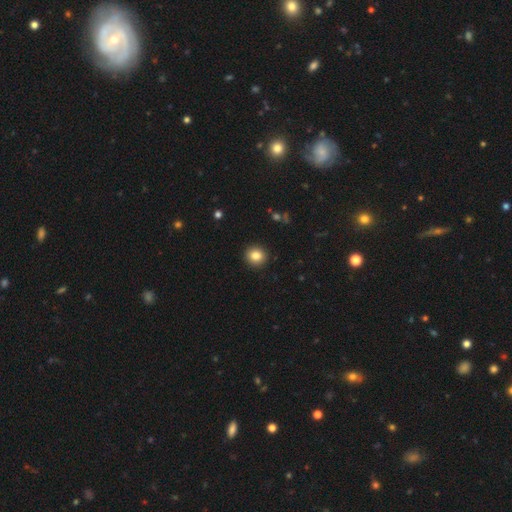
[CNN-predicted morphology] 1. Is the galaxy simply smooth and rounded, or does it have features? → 85% smooth, 10% star or artifact, 6% featured or disk.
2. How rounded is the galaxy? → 89% round, 10% in between, 1% cigar-shaped.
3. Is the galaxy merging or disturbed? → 92% none, 5% minor disturbance, 2% major disturbance, 1% merger.